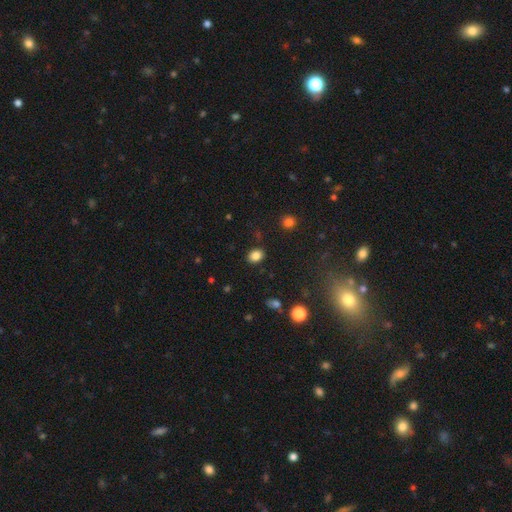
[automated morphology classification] This is clearly a smooth galaxy (84%). How rounded: likely in between (62%). Merging: clearly none (86%).